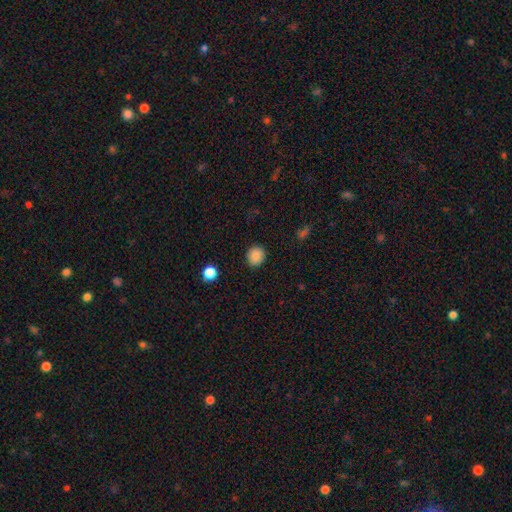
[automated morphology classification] Q: Smooth or featured?
A: smooth (86%); runner-up: star or artifact (9%)
Q: How rounded?
A: round (78%); runner-up: in between (21%)
Q: Merging?
A: none (89%); runner-up: minor disturbance (7%)